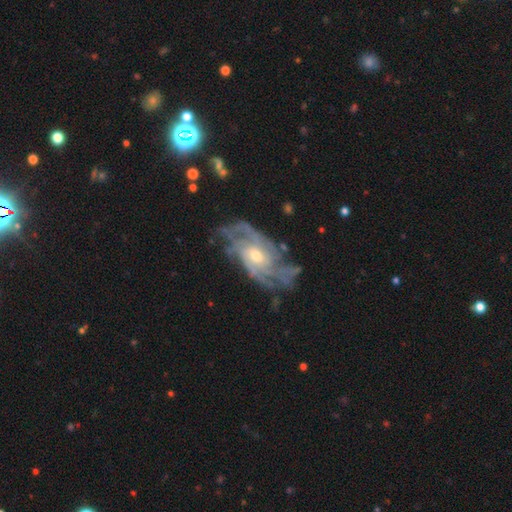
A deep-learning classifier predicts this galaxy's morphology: featured or disk 89%, smooth 6%, star or artifact 5%. Down the decision tree: edge-on disk — no (96%); bar — no (64%); spiral arms — yes (96%); spiral arm count — can't tell (29%); spiral winding — tight (52%); bulge size — moderate (55%); merging — none (68%).